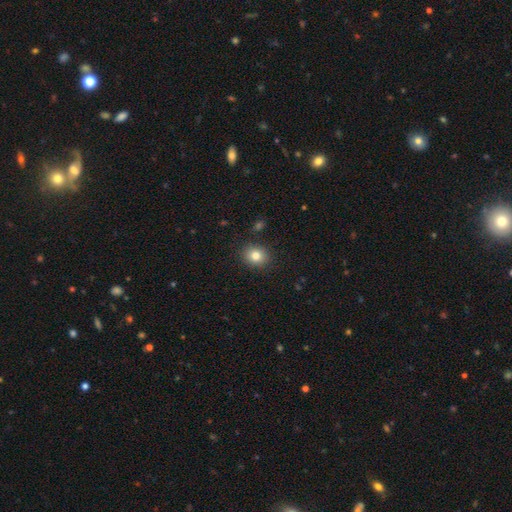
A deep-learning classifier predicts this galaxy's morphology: A smooth galaxy with no disk features (81%) that is round (72%).

Vote fractions:
- Smooth or featured? smooth: 81% / star or artifact: 11% / featured or disk: 8%
- How rounded? round: 72% / in between: 27% / cigar-shaped: 1%
- Merging? none: 88% / minor disturbance: 8% / major disturbance: 2% / merger: 2%